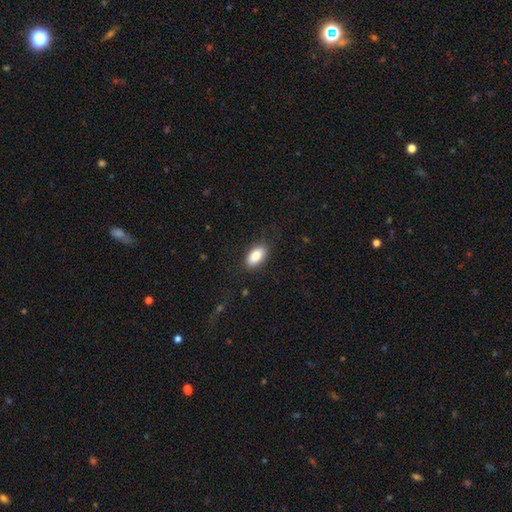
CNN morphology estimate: A smooth galaxy with no disk features (85%) that is in between round and cigar-shaped (92%). Merging: none (84%).